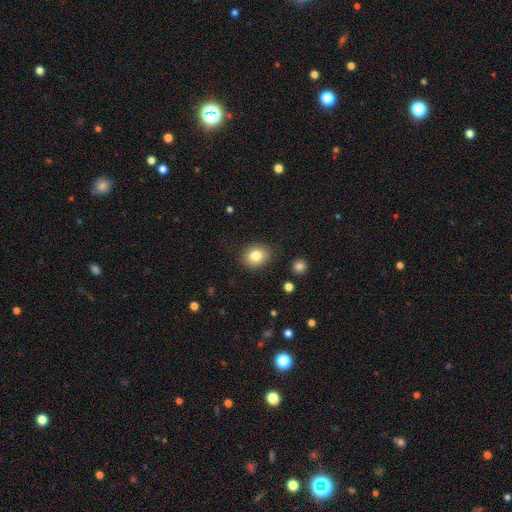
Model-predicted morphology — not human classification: A smooth galaxy with no disk features (82%) that is round (55%). Merging: none (86%).